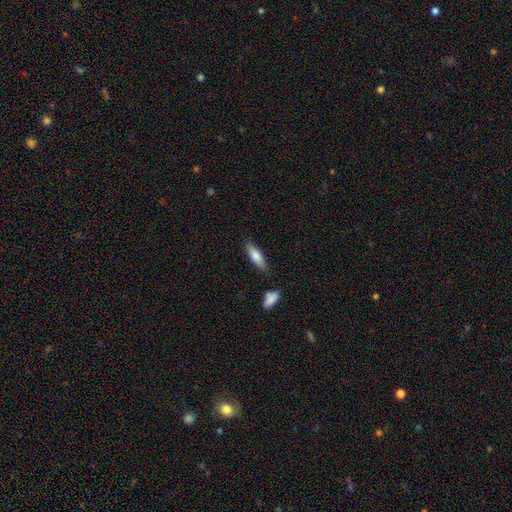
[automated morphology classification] smooth 73%, featured or disk 20%, star or artifact 6%. Down the decision tree: how rounded — cigar-shaped (54%); merging — none (80%).